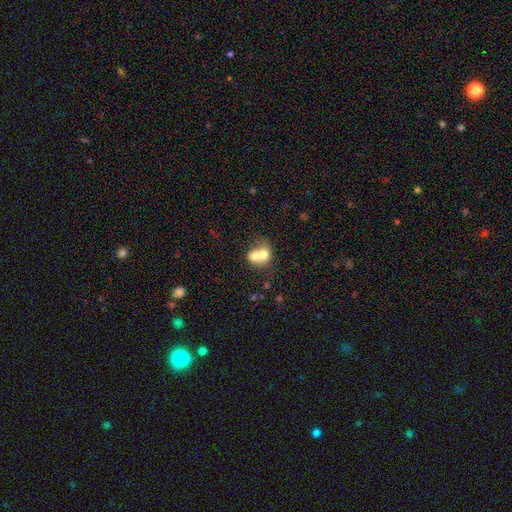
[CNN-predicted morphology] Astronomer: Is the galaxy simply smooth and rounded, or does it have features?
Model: smooth — 66%.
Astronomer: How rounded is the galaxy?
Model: round — 59% (runner-up: in between, 40%).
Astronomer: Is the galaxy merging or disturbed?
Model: merger — 74%.